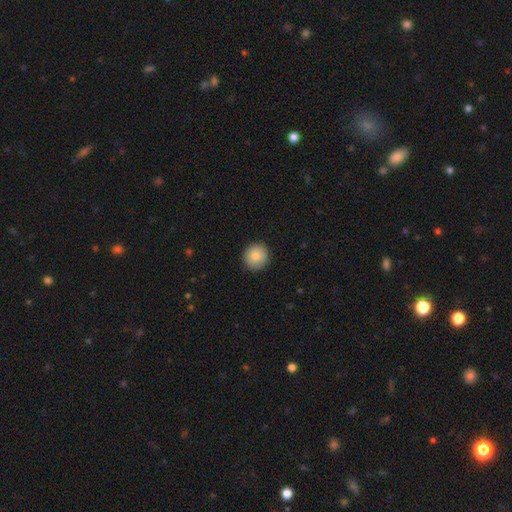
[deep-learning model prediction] smooth_or_featured: smooth (p=0.85) [alt: star or artifact p=0.08]
how_rounded: round (p=0.93) [alt: in between p=0.06]
merging: none (p=0.91) [alt: minor disturbance p=0.07]